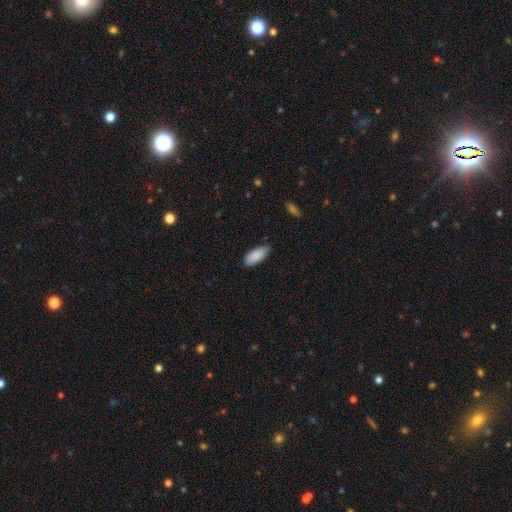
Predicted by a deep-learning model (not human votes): Smooth or featured? Predicted: smooth (p=0.88). How rounded? Predicted: in between (p=0.87). Merging? Predicted: none (p=0.78).